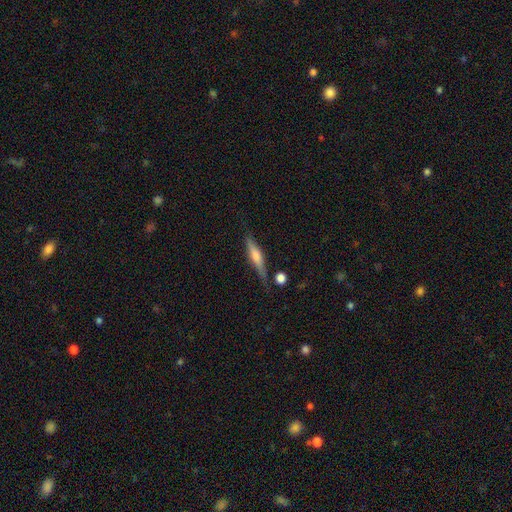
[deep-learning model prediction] The model was most divided on "smooth or featured": featured or disk: 63%, smooth: 30%, star or artifact: 8%. More confident: edge-on disk — yes (96%); edge-on bulge — rounded (77%); merging — none (77%).